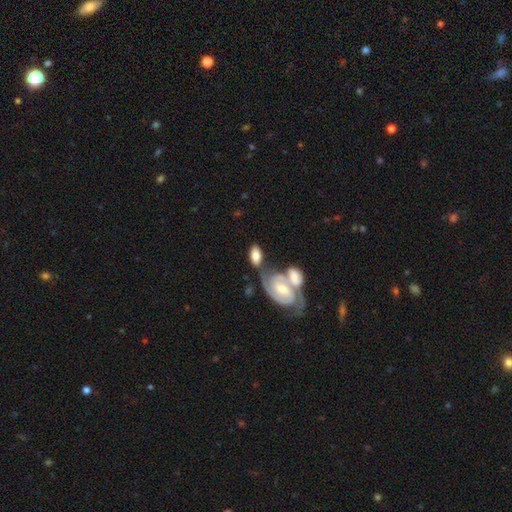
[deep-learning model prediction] smooth 60%, featured or disk 34%, star or artifact 6%. Down the decision tree: how rounded — in between (91%); merging — merger (39%).